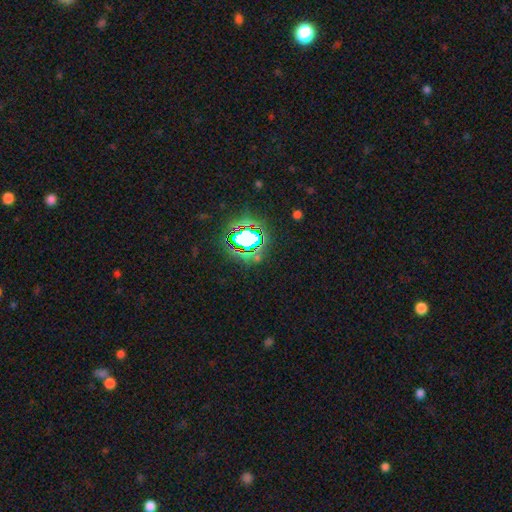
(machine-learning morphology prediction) Overall: star or artifact (75%).